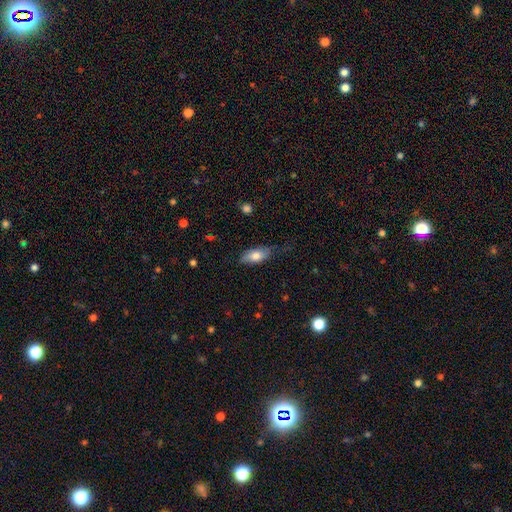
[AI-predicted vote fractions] This appears to be a smooth galaxy with no disk features (74%) that is in between round and cigar-shaped (83%). Merging: none (65%).